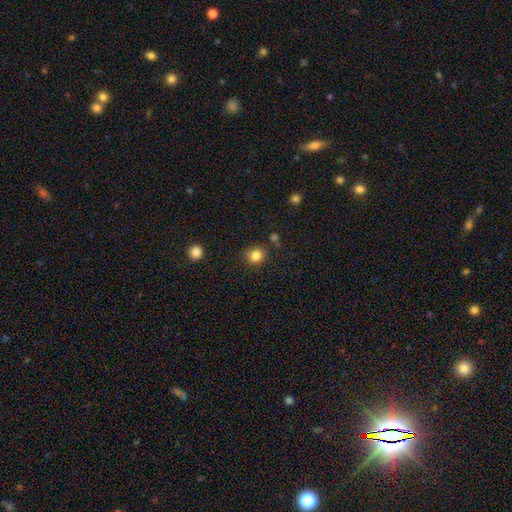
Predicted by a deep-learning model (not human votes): The model was most divided on "how rounded": round: 81%, in between: 18%, cigar-shaped: 1%. More confident: smooth or featured — smooth (84%); merging — none (84%).